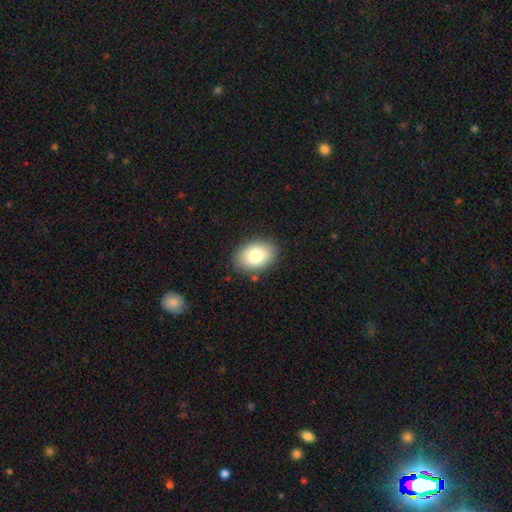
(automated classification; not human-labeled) Smooth or featured?
  - smooth: 82% *
  - featured or disk: 11%
  - star or artifact: 7%
How rounded?
  - in between: 83% *
  - round: 16%
  - cigar-shaped: 1%
Merging?
  - none: 86% *
  - minor disturbance: 10%
  - major disturbance: 2%
  - merger: 2%